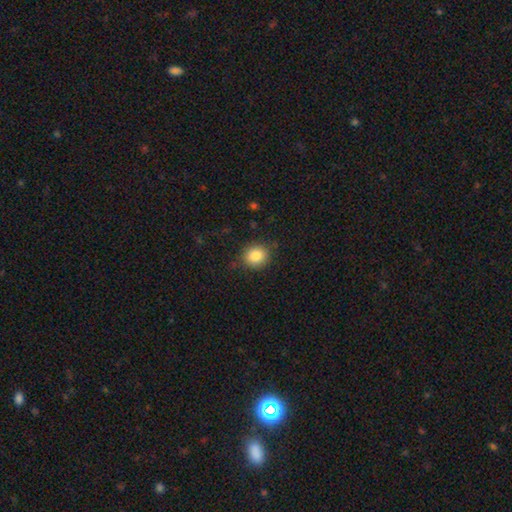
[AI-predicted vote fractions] This appears to be a smooth galaxy with no disk features (84%) that is round (75%). Merging: none (85%).